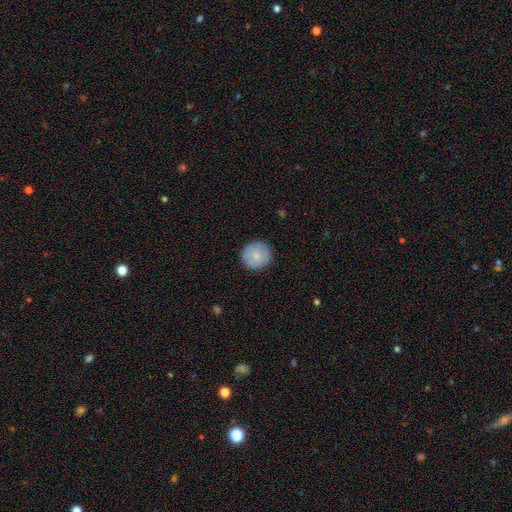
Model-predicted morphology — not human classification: This is likely a smooth galaxy (80%). How rounded: clearly round (94%). Merging: clearly none (88%).